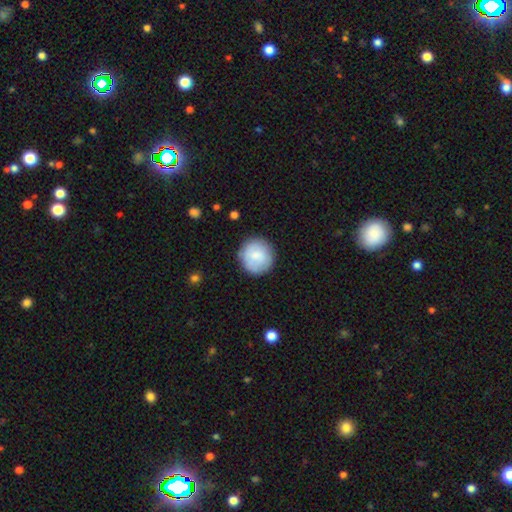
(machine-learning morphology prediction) Smooth or featured? Predicted: smooth (p=0.80). How rounded? Predicted: round (p=0.95). Merging? Predicted: none (p=0.85).